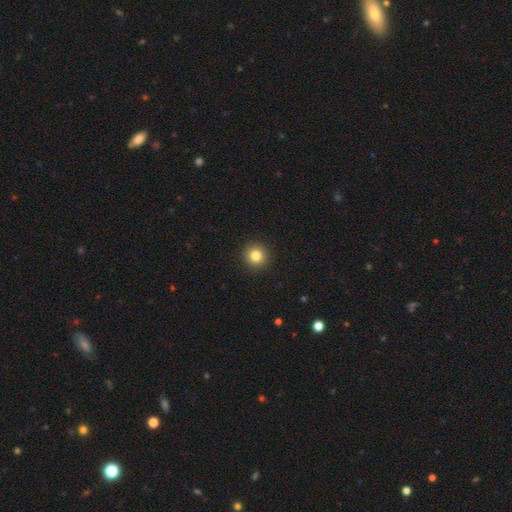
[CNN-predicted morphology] smooth_or_featured: smooth (p=0.82) [alt: star or artifact p=0.11]
how_rounded: round (p=0.95) [alt: in between p=0.04]
merging: none (p=0.93) [alt: minor disturbance p=0.05]